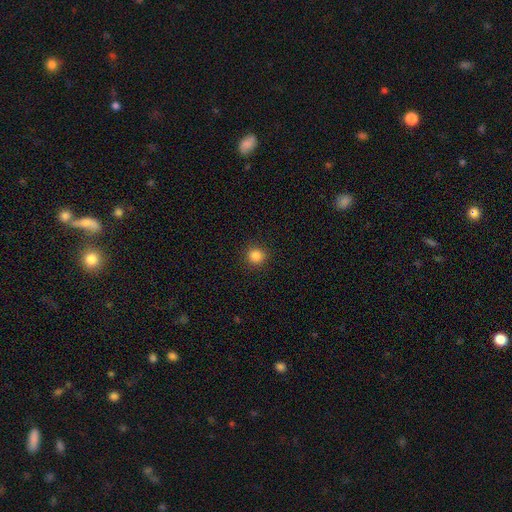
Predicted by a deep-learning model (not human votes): This appears to be a smooth galaxy with no disk features (85%) that is round (92%). Merging: none (91%).